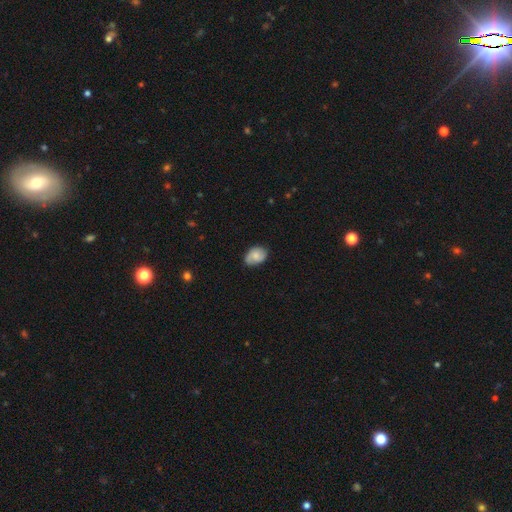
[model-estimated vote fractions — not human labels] Smooth or featured? Predicted: smooth (p=0.64). How rounded? Predicted: in between (p=0.73). Merging? Predicted: none (p=0.67).